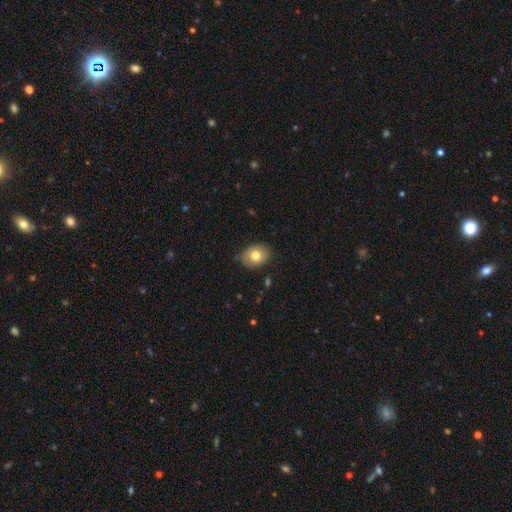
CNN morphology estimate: A smooth galaxy with no disk features (78%) that is in between round and cigar-shaped (53%). Merging: none (82%).